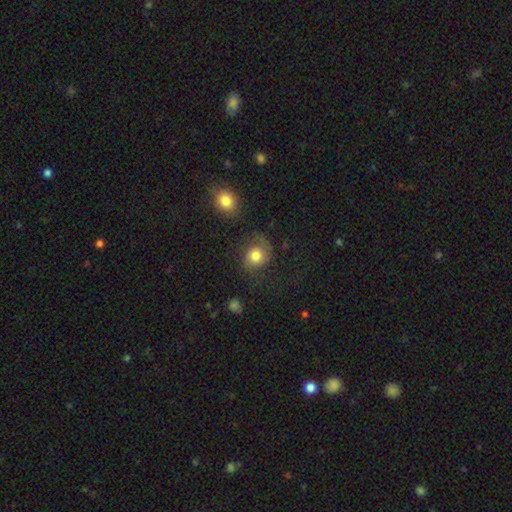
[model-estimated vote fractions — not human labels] Smooth or featured? Predicted: smooth (p=0.68). How rounded? Predicted: round (p=0.75). Merging? Predicted: none (p=0.56).